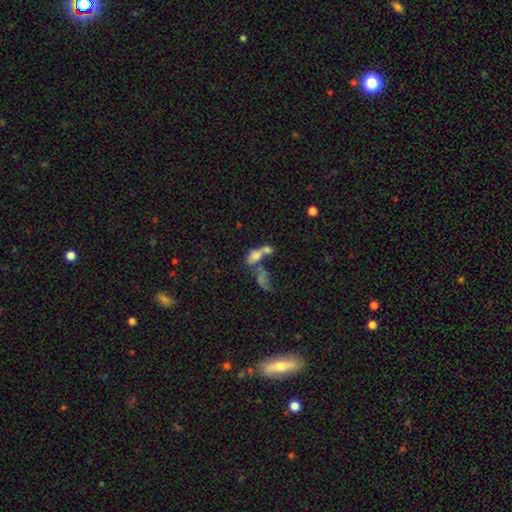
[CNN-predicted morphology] This appears to be a smooth galaxy with no disk features (59%) that is in between round and cigar-shaped (79%). Merging: merger (64%).